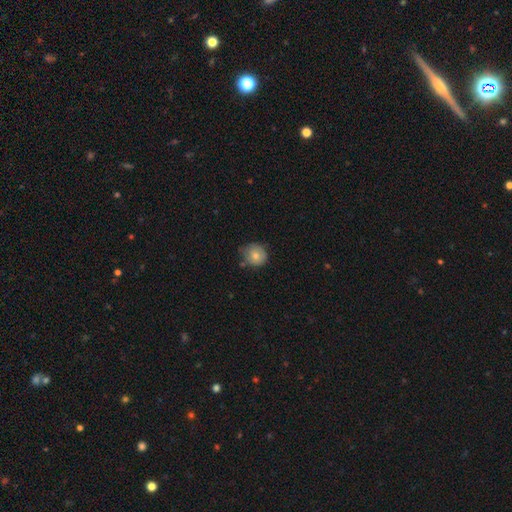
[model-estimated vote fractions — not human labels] Smooth or featured?
  - smooth: 74% *
  - featured or disk: 17%
  - star or artifact: 9%
How rounded?
  - round: 84% *
  - in between: 16%
  - cigar-shaped: 1%
Merging?
  - none: 63% *
  - minor disturbance: 29%
  - major disturbance: 5%
  - merger: 3%